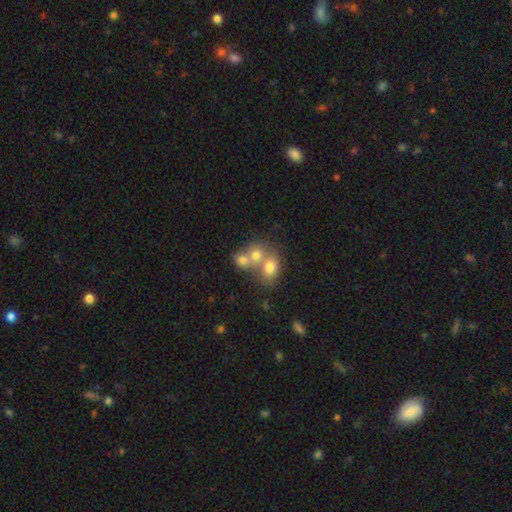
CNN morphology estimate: Overall: smooth (69%). How rounded: round (59%; in between 40%). Merging: merger (63%; none 27%).